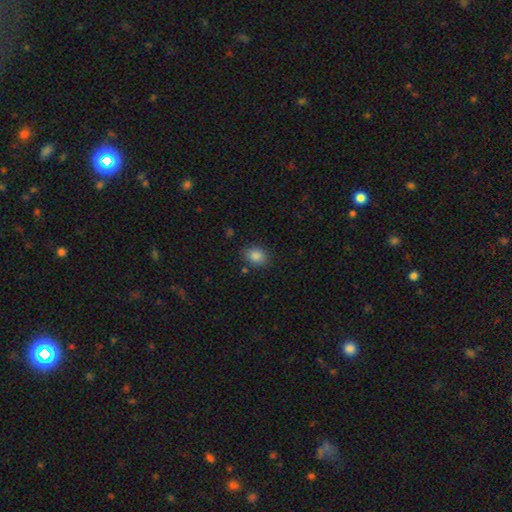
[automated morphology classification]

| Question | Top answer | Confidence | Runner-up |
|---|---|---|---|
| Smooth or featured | smooth | 86% | star or artifact (9%) |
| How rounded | in between | 68% | round (30%) |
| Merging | none | 83% | minor disturbance (11%) |